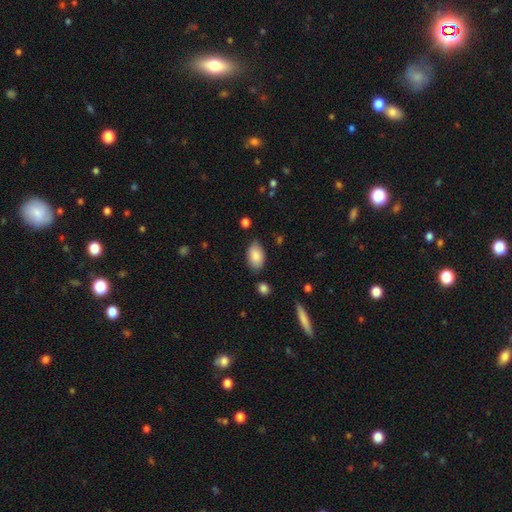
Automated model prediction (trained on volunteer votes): smooth_or_featured: smooth (p=0.86) [alt: featured or disk p=0.08]
how_rounded: in between (p=0.94) [alt: round p=0.05]
merging: none (p=0.79) [alt: minor disturbance p=0.15]